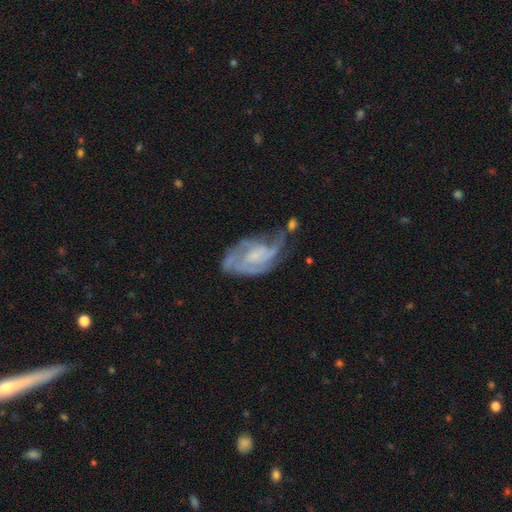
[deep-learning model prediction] This is likely a featured or disk galaxy (79%). It is clearly not viewed edge-on (96%). Bar: possibly no (54%). Spiral arm pattern: clearly yes (90%). Spiral arm count: marginally 2 (37%). Spiral winding: marginally medium (45%). Central bulge: possibly small (48%). Merging: marginally none (40%).